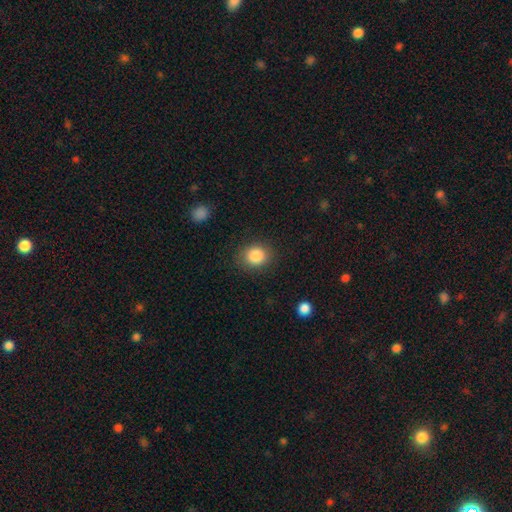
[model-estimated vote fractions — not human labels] smooth-or-featured: smooth: 86% | star or artifact: 9% | featured or disk: 5%
  how-rounded: round: 69% | in between: 30% | cigar-shaped: 1%
  merging: none: 86% | minor disturbance: 9% | major disturbance: 3% | merger: 1%